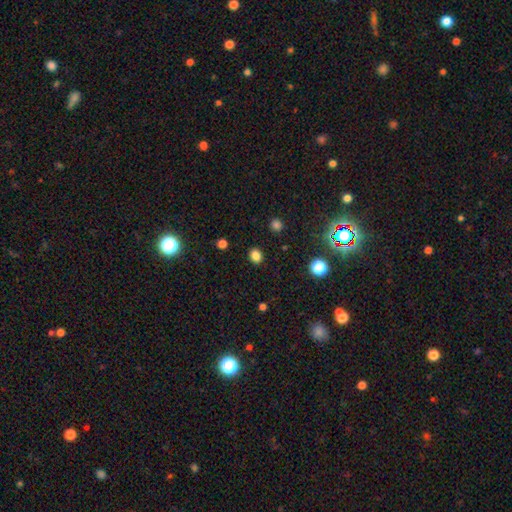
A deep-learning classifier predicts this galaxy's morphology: smooth_or_featured: smooth (p=0.82) [alt: star or artifact p=0.13]
how_rounded: round (p=0.59) [alt: in between p=0.40]
merging: none (p=0.90) [alt: minor disturbance p=0.07]